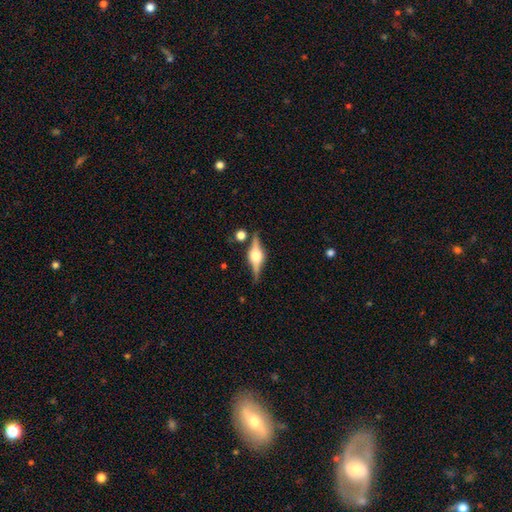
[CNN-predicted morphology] This is clearly a featured or disk galaxy (82%). It is clearly viewed edge-on (97%). Edge-on bulge: clearly rounded (92%). Merging: clearly none (83%).